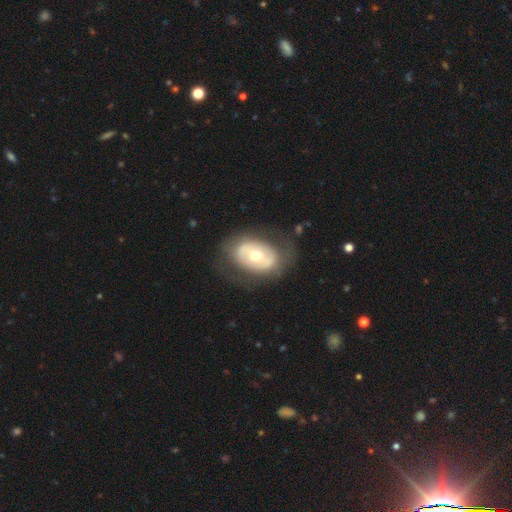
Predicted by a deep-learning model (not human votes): This appears to be a featured or disk galaxy (55%) with no bar (72%), no spiral arms (78%) and a moderate central bulge (71%). Merging: none (72%).